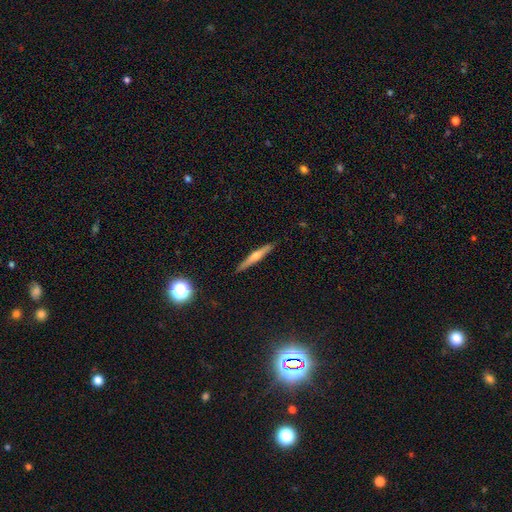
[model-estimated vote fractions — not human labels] Q: Smooth or featured?
A: featured or disk (65%); runner-up: smooth (27%)
Q: Edge-on disk?
A: yes (97%); runner-up: no (3%)
Q: Edge-on bulge?
A: rounded (83%); runner-up: none (10%)
Q: Merging?
A: none (91%); runner-up: minor disturbance (7%)